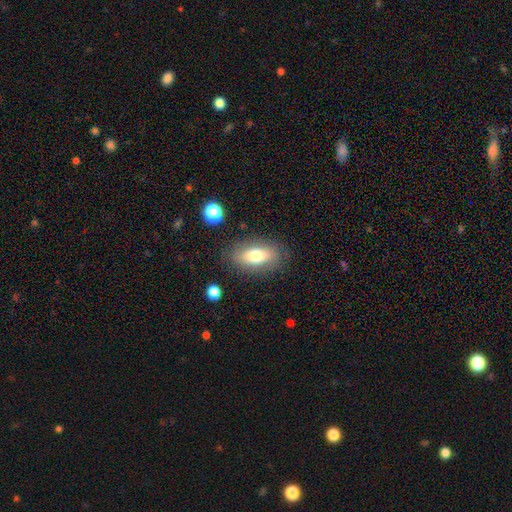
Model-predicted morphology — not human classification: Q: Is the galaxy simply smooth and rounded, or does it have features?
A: smooth — 71%.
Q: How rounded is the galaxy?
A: in between — 85%.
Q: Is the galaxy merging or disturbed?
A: none — 82%.